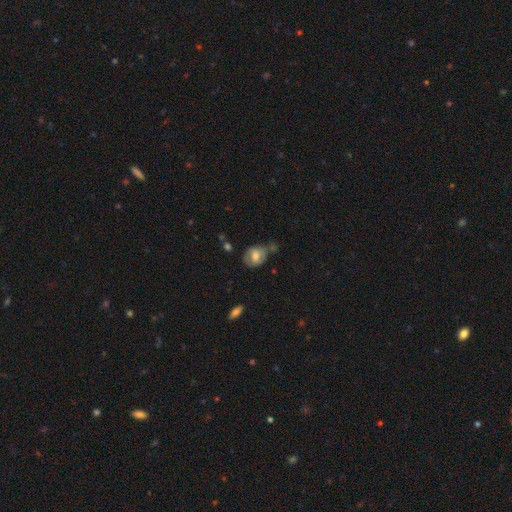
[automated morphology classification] The model was most divided on "how rounded": in between: 52%, round: 46%, cigar-shaped: 1%. Remaining: smooth or featured — smooth (53%); merging — none (50%).